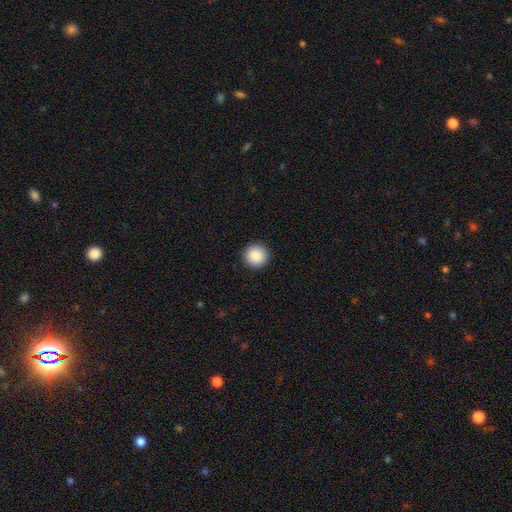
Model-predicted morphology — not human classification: A smooth galaxy with no disk features (88%) that is round (95%).

Vote fractions:
- Smooth or featured? smooth: 88% / star or artifact: 8% / featured or disk: 4%
- How rounded? round: 95% / in between: 4% / cigar-shaped: 1%
- Merging? none: 93% / minor disturbance: 4% / major disturbance: 2% / merger: 1%